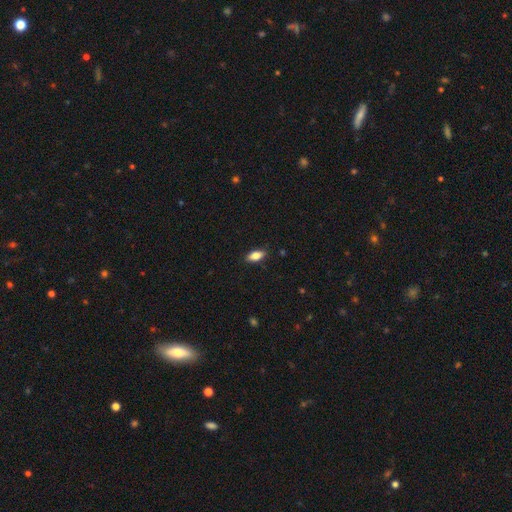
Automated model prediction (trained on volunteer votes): A smooth galaxy with no disk features (83%) that is in between round and cigar-shaped (87%).

Vote fractions:
- Smooth or featured? smooth: 83% / featured or disk: 10% / star or artifact: 8%
- How rounded? in between: 87% / cigar-shaped: 9% / round: 3%
- Merging? none: 86% / minor disturbance: 10% / major disturbance: 2% / merger: 1%